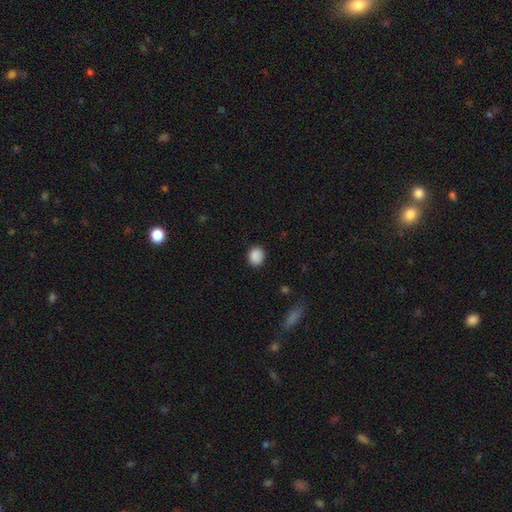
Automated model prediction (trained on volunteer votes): smooth-or-featured: smooth: 88% | star or artifact: 8% | featured or disk: 3%
  how-rounded: round: 72% | in between: 27% | cigar-shaped: 1%
  merging: none: 85% | minor disturbance: 11% | major disturbance: 3% | merger: 1%